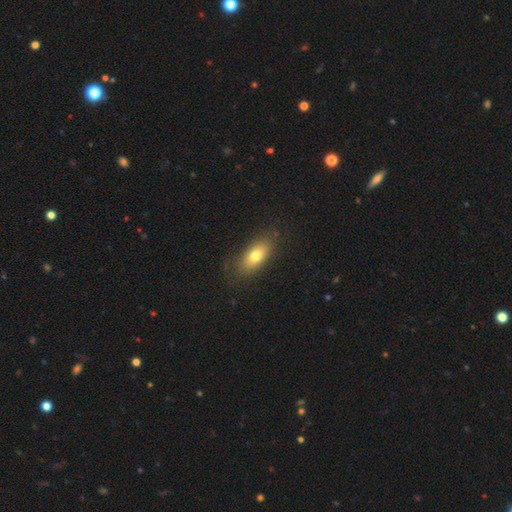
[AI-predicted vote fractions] A smooth galaxy with no disk features (74%) that is in between round and cigar-shaped (83%).

Vote fractions:
- Smooth or featured? smooth: 74% / featured or disk: 17% / star or artifact: 8%
- How rounded? in between: 83% / cigar-shaped: 11% / round: 6%
- Merging? none: 80% / minor disturbance: 14% / major disturbance: 5% / merger: 1%